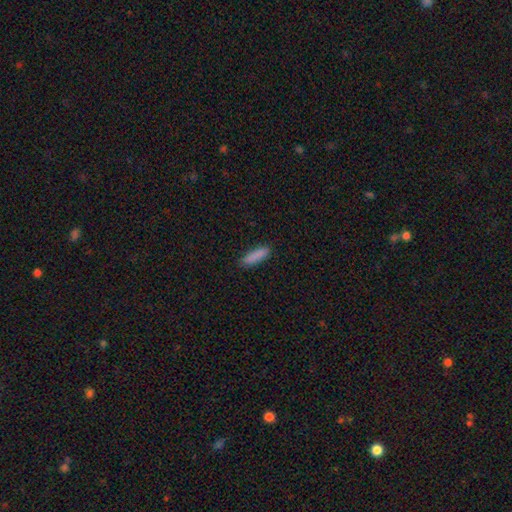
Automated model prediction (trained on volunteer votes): Overall: smooth (88%). How rounded: cigar-shaped (63%; in between 35%). Merging: none (87%).